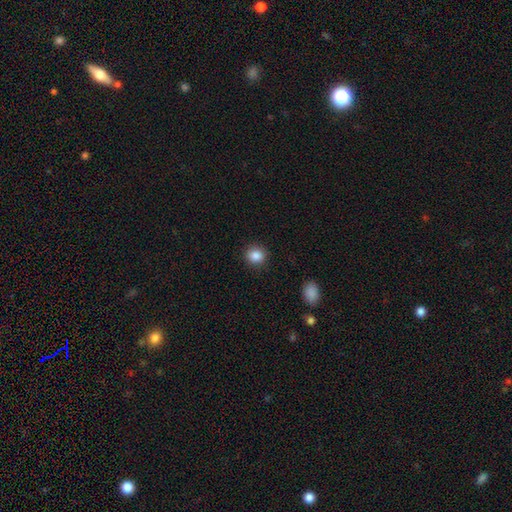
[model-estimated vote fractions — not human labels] Smooth or featured?
  - smooth: 86% *
  - star or artifact: 10%
  - featured or disk: 4%
How rounded?
  - round: 83% *
  - in between: 16%
  - cigar-shaped: 1%
Merging?
  - none: 90% *
  - minor disturbance: 7%
  - major disturbance: 2%
  - merger: 1%